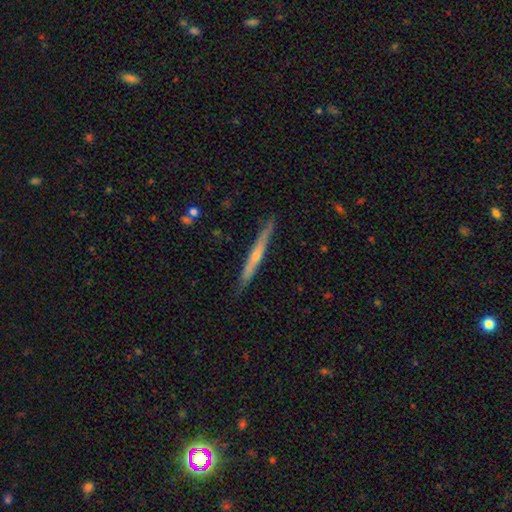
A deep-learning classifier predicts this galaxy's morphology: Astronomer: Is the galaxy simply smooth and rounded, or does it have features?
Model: featured or disk — 58% (runner-up: smooth, 36%).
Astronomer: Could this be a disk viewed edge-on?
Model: yes — 96%.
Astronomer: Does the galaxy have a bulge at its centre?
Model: rounded — 53% (runner-up: none, 44%).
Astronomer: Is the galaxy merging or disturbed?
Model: none — 87%.